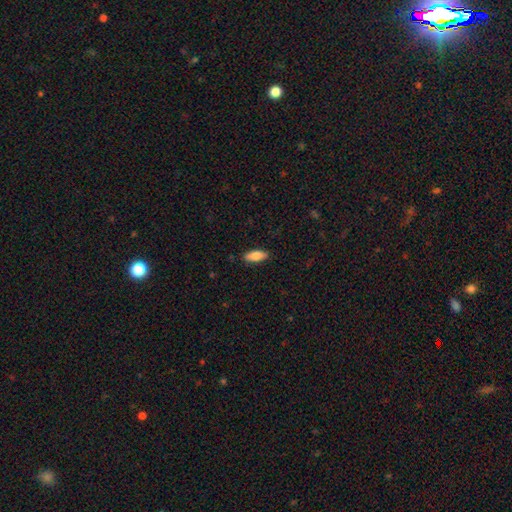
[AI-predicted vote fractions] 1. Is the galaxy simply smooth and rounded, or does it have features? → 85% smooth, 9% featured or disk, 6% star or artifact.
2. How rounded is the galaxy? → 72% in between, 26% cigar-shaped, 2% round.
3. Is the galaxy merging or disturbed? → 87% none, 10% minor disturbance, 2% major disturbance, 1% merger.